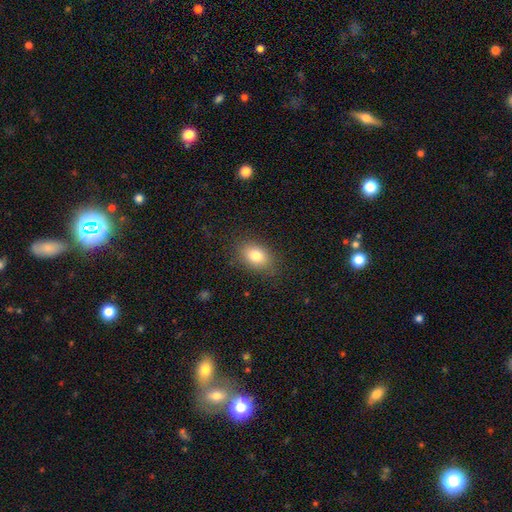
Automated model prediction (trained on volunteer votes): smooth_or_featured: smooth (p=0.81) [alt: star or artifact p=0.10]
how_rounded: in between (p=0.79) [alt: round p=0.19]
merging: none (p=0.84) [alt: minor disturbance p=0.12]